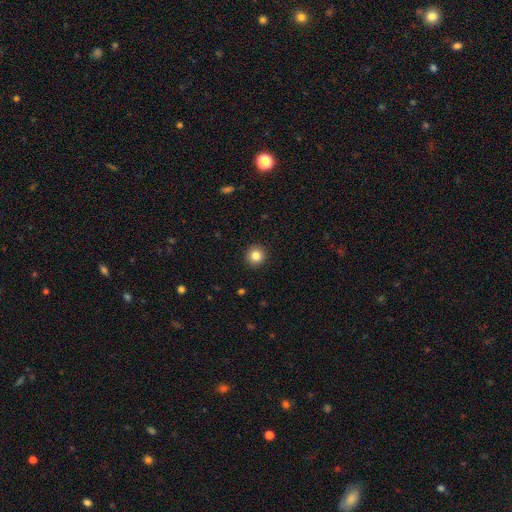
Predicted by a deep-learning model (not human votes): Overall: smooth (84%). How rounded: round (95%). Merging: none (93%).